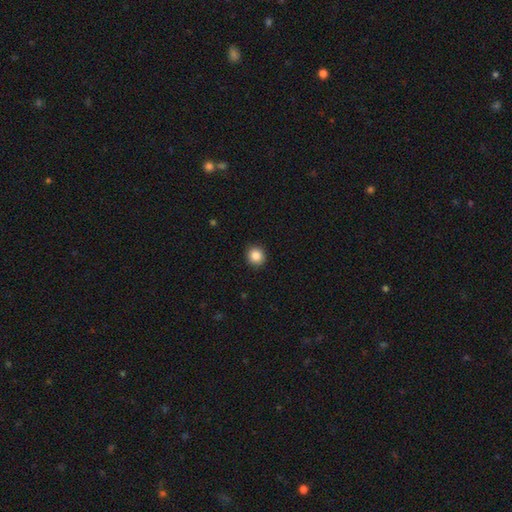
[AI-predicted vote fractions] A smooth galaxy with no disk features (86%) that is round (90%). Merging: none (92%).